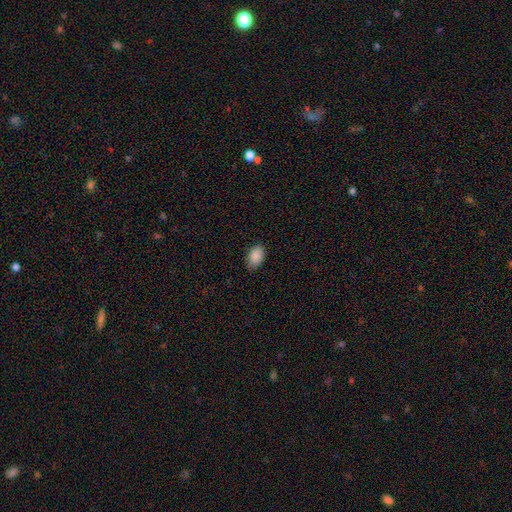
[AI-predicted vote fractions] Q: Smooth or featured?
A: smooth (89%); runner-up: star or artifact (7%)
Q: How rounded?
A: in between (90%); runner-up: round (9%)
Q: Merging?
A: none (78%); runner-up: minor disturbance (18%)